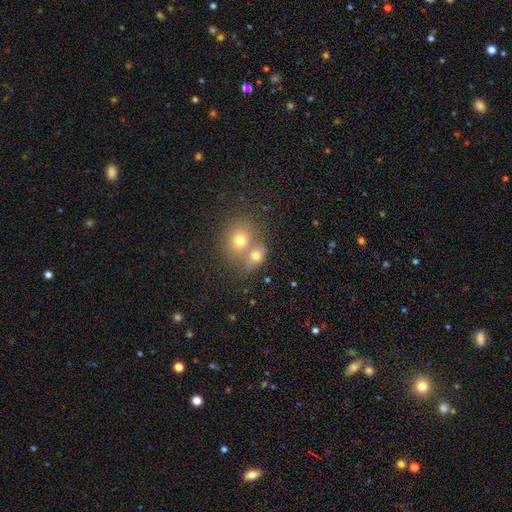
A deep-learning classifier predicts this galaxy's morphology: smooth_or_featured: smooth (p=0.71) [alt: featured or disk p=0.16]
how_rounded: round (p=0.52) [alt: in between p=0.47]
merging: merger (p=0.57) [alt: none p=0.31]